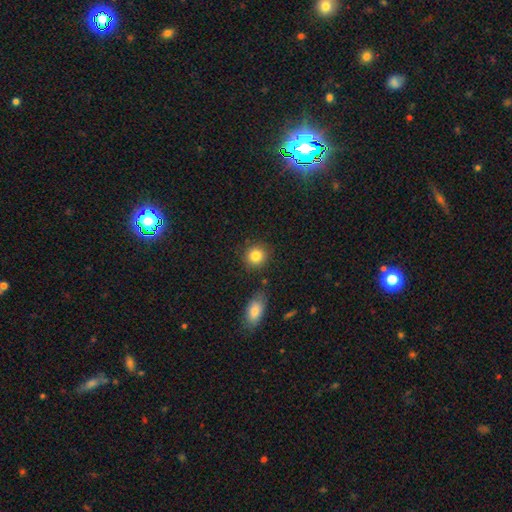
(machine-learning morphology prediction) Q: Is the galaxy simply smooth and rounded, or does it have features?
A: smooth — 85%.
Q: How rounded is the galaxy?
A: round — 88%.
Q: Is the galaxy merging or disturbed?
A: none — 83%.